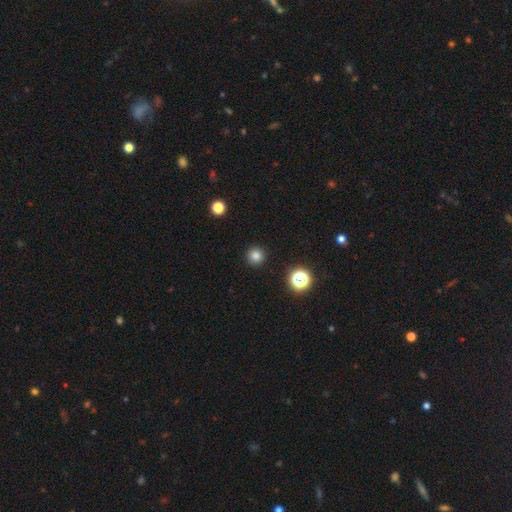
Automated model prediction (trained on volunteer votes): A smooth galaxy with no disk features (81%) that is round (96%).

Vote fractions:
- Smooth or featured? smooth: 81% / star or artifact: 15% / featured or disk: 5%
- How rounded? round: 96% / in between: 3% / cigar-shaped: 1%
- Merging? none: 92% / minor disturbance: 5% / major disturbance: 2% / merger: 1%